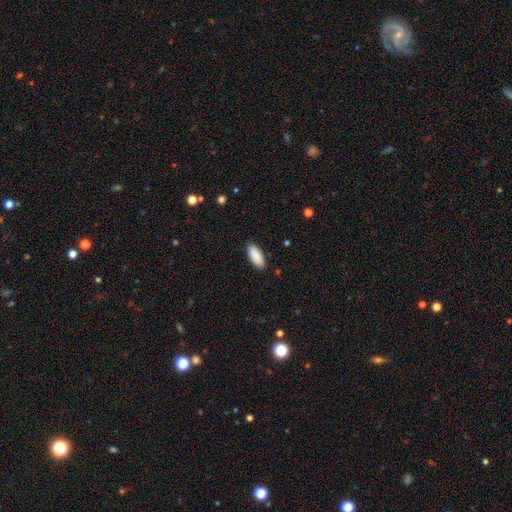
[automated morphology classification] Overall: smooth (91%). How rounded: in between (85%). Merging: none (89%).